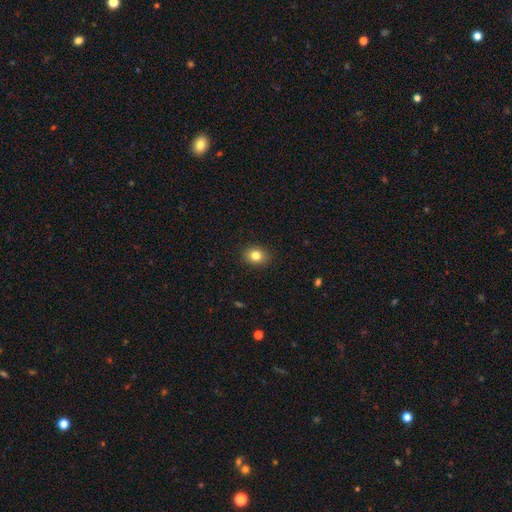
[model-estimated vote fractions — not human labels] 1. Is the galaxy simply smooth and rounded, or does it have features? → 82% smooth, 11% star or artifact, 7% featured or disk.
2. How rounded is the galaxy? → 53% round, 46% in between, 1% cigar-shaped.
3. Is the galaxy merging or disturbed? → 90% none, 7% minor disturbance, 2% major disturbance, 1% merger.